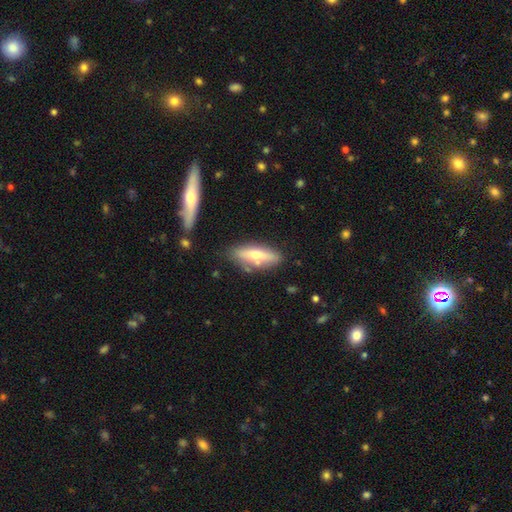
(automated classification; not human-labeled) Q: Smooth or featured?
A: smooth (49%); runner-up: featured or disk (45%)
Q: Merging?
A: none (75%); runner-up: minor disturbance (15%)